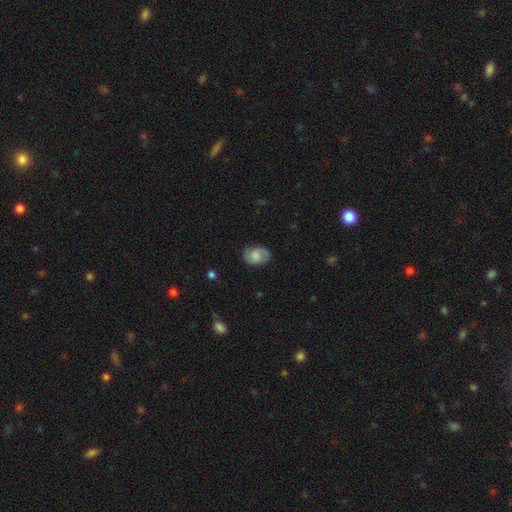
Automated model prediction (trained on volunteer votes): This appears to be a smooth galaxy with no disk features (54%) that is in between round and cigar-shaped (74%). Merging: none (75%).